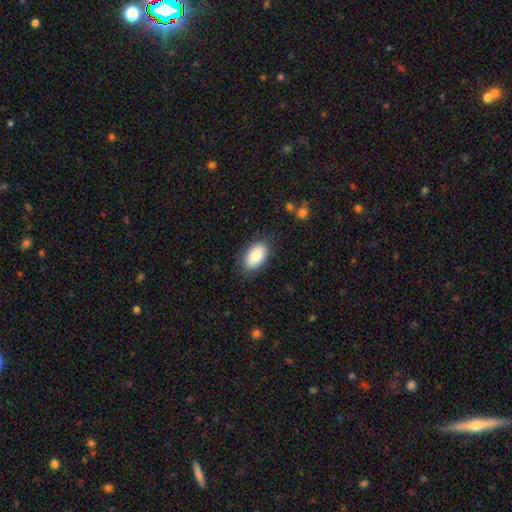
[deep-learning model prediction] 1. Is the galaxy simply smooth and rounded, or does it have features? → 88% smooth, 6% star or artifact, 6% featured or disk.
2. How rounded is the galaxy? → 94% in between, 5% round, 1% cigar-shaped.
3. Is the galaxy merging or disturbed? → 82% none, 13% minor disturbance, 4% major disturbance, 1% merger.